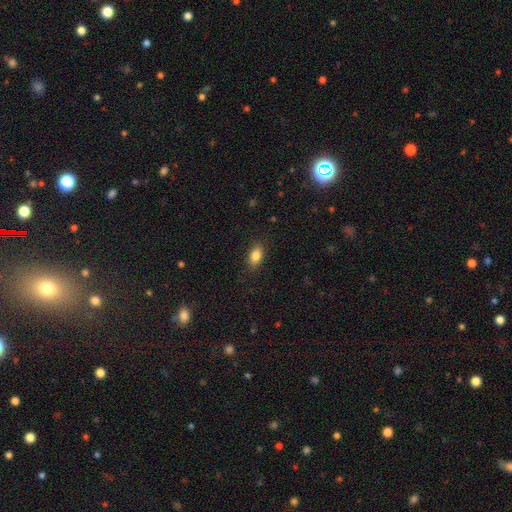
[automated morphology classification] Q: Smooth or featured?
A: smooth (85%); runner-up: star or artifact (8%)
Q: How rounded?
A: in between (88%); runner-up: round (9%)
Q: Merging?
A: none (87%); runner-up: minor disturbance (10%)